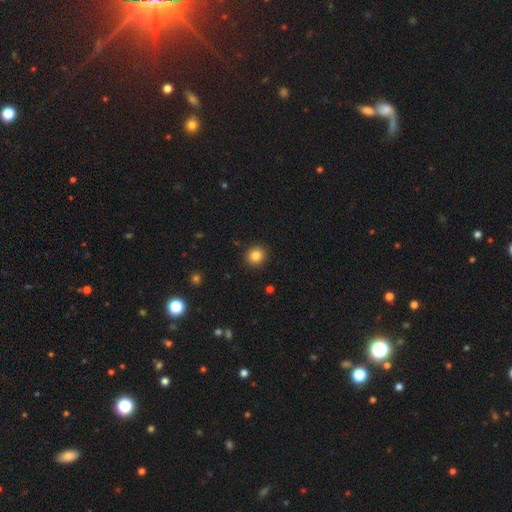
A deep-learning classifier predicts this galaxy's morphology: Q: Smooth or featured?
A: smooth (84%); runner-up: star or artifact (11%)
Q: How rounded?
A: round (87%); runner-up: in between (12%)
Q: Merging?
A: none (92%); runner-up: minor disturbance (6%)